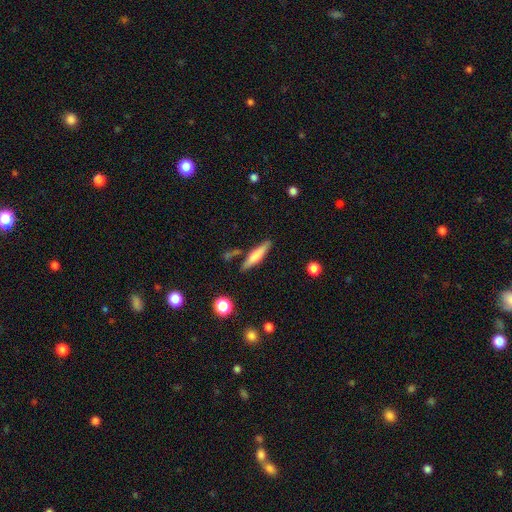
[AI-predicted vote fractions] This appears to be a smooth galaxy with no disk features (63%) that is cigar-shaped (84%). Merging: none (80%).